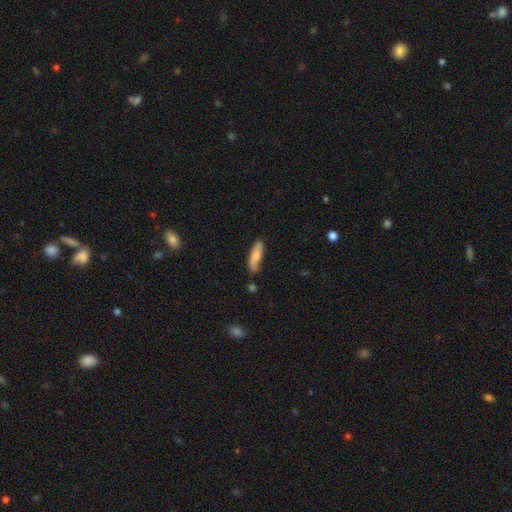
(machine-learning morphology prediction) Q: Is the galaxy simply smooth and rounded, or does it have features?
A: smooth — 72%.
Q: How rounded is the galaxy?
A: cigar-shaped — 58%.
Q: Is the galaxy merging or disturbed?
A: none — 70%.